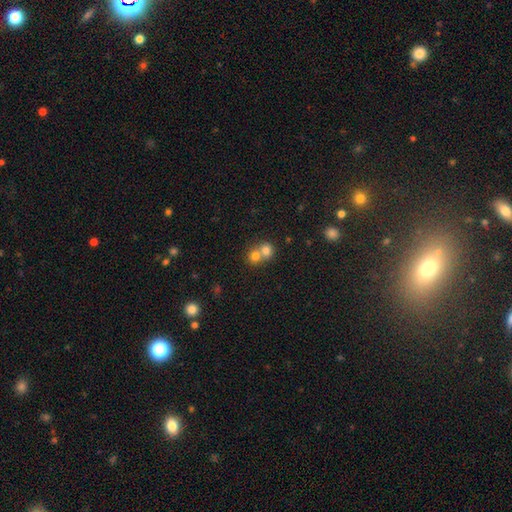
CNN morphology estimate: Smooth or featured? Predicted: smooth (p=0.76). How rounded? Predicted: round (p=0.82). Merging? Predicted: merger (p=0.63).